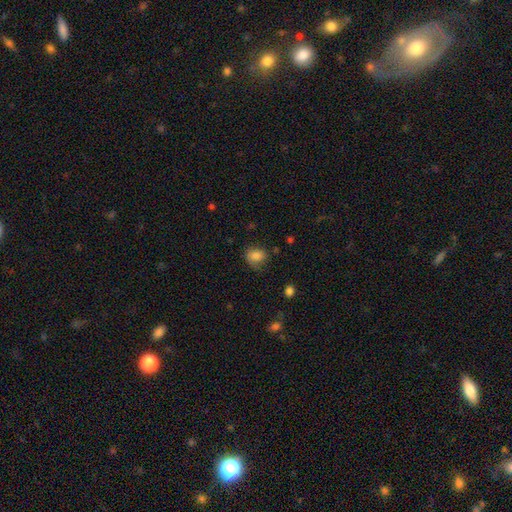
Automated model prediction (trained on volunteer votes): This appears to be a smooth galaxy with no disk features (83%) that is round (53%). Merging: none (64%).